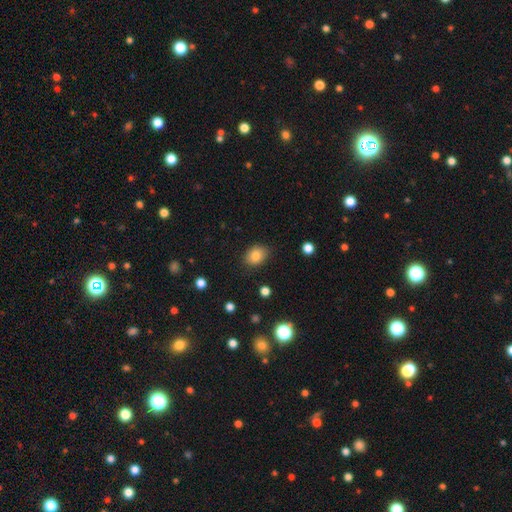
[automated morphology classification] Q: Smooth or featured?
A: smooth (82%); runner-up: star or artifact (10%)
Q: How rounded?
A: in between (66%); runner-up: round (33%)
Q: Merging?
A: none (83%); runner-up: minor disturbance (13%)